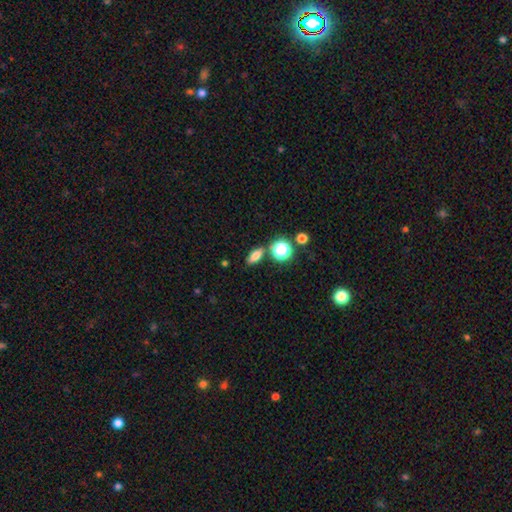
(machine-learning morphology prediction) Smooth or featured? smooth (75%)
How rounded? in between (69%)
Merging? none (78%)